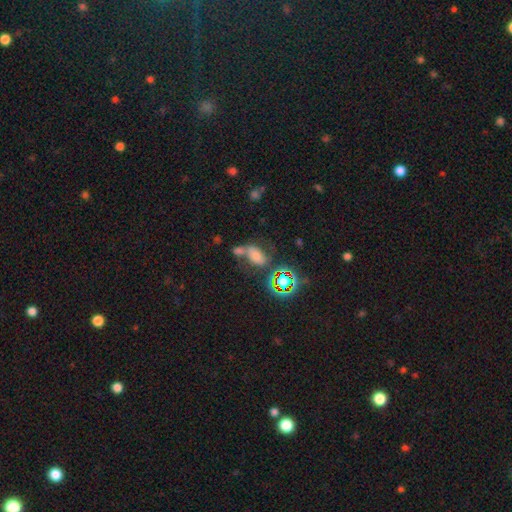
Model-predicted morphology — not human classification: Smooth or featured? Predicted: smooth (p=0.52). How rounded? Predicted: in between (p=0.84). Merging? Predicted: merger (p=0.45).